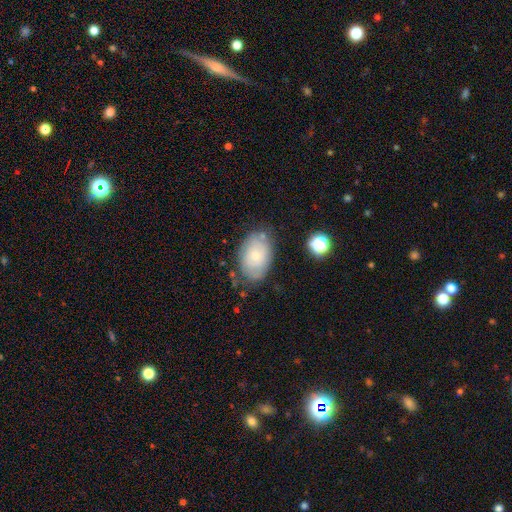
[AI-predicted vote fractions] This appears to be a smooth galaxy with no disk features (65%) that is in between round and cigar-shaped (90%). Merging: none (70%).